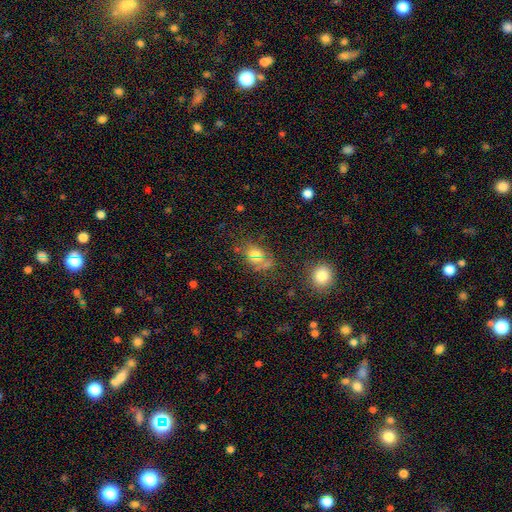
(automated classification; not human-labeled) The model was most divided on "merging": none: 55%, minor disturbance: 19%, merger: 14%, major disturbance: 11%. More confident: how rounded — in between (67%); smooth or featured — smooth (65%).